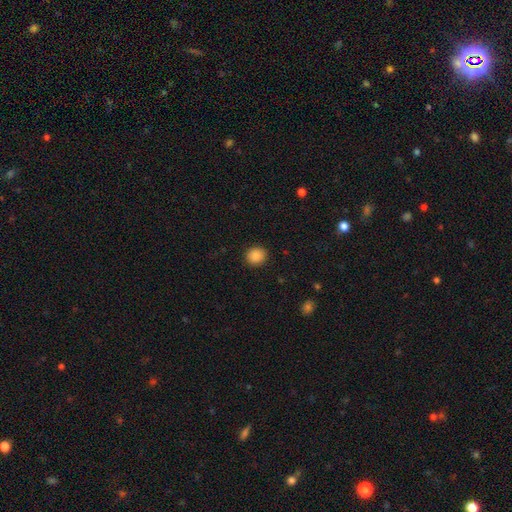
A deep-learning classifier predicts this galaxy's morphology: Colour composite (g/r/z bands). It shows a smooth galaxy with no disk features (87%) that is round (80%). Merging: none (91%).